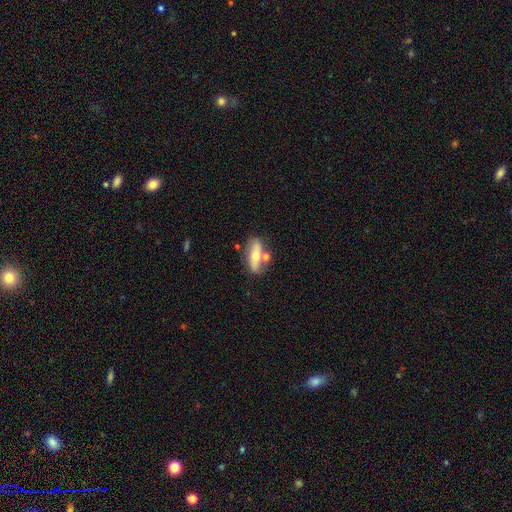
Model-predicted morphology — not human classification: Smooth or featured?
  - smooth: 47% *
  - featured or disk: 46%
  - star or artifact: 7%
Merging?
  - none: 66% *
  - merger: 17%
  - minor disturbance: 13%
  - major disturbance: 4%